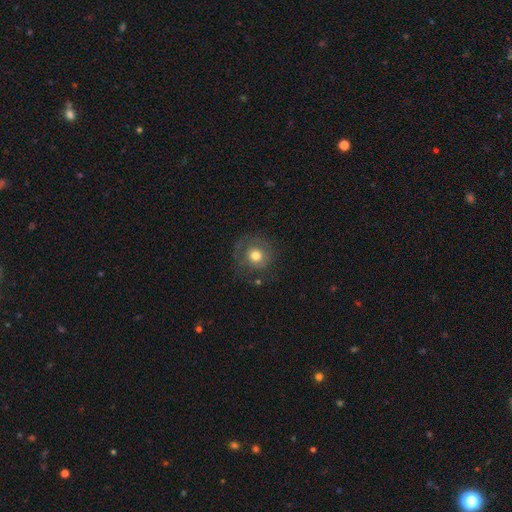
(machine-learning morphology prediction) A smooth galaxy with no disk features (64%) that is round (92%). Merging: none (69%).